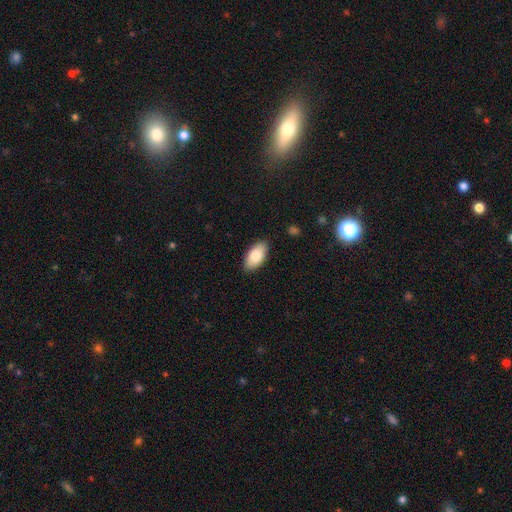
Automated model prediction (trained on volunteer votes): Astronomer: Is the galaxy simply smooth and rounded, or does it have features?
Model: smooth — 82%.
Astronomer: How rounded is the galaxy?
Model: in between — 94%.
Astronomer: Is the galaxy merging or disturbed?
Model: none — 87%.